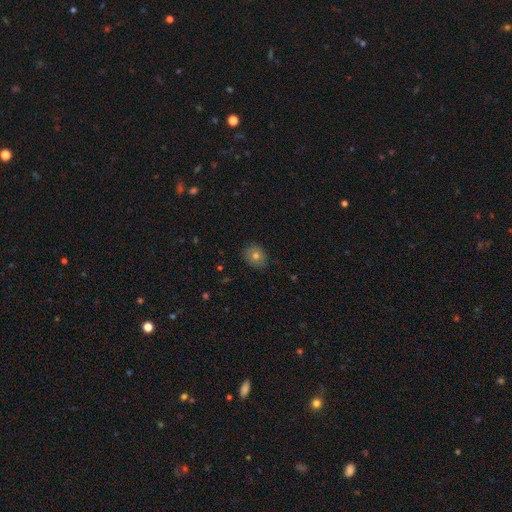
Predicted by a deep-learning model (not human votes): Smooth or featured?
  - smooth: 71% *
  - featured or disk: 18%
  - star or artifact: 11%
How rounded?
  - round: 62% *
  - in between: 37%
  - cigar-shaped: 1%
Merging?
  - none: 82% *
  - minor disturbance: 14%
  - major disturbance: 3%
  - merger: 1%